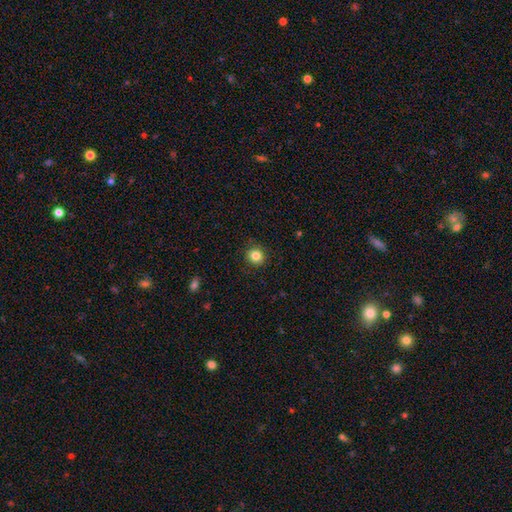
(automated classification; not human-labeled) A smooth galaxy with no disk features (84%) that is round (91%). Merging: none (91%).